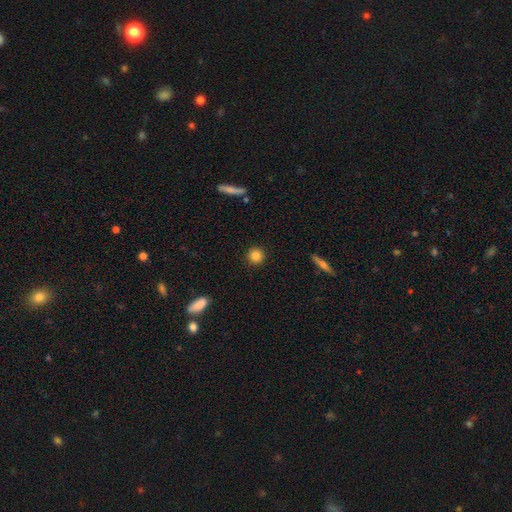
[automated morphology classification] Smooth or featured: smooth — 85% (star or artifact — 10%)
How rounded: round — 93% (in between — 5%)
Merging: none — 92% (minor disturbance — 5%)